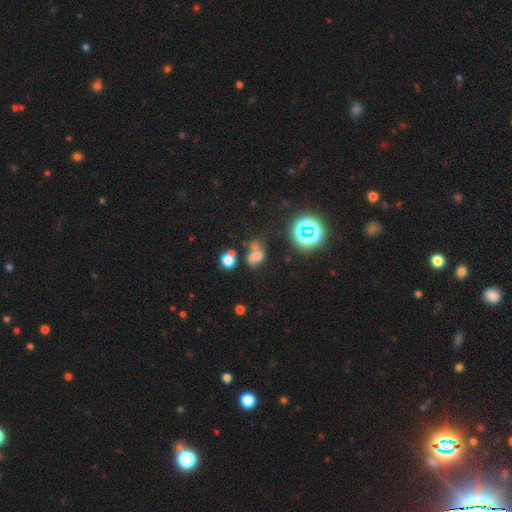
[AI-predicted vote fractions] Smooth or featured? Predicted: smooth (p=0.58). How rounded? Predicted: in between (p=0.63). Merging? Predicted: none (p=0.34).